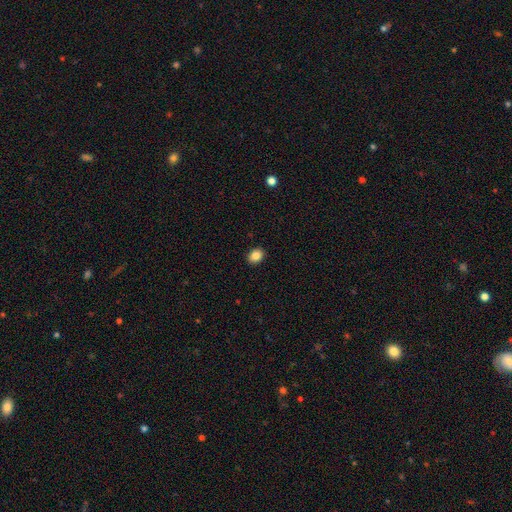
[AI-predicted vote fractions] Smooth or featured? smooth (86%)
How rounded? in between (58%)
Merging? none (91%)